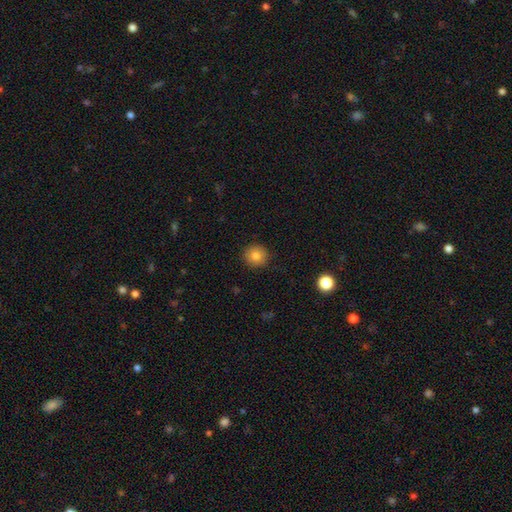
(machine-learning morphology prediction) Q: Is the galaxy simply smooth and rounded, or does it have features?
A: smooth — 82%.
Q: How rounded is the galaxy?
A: round — 93%.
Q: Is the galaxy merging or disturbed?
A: none — 91%.